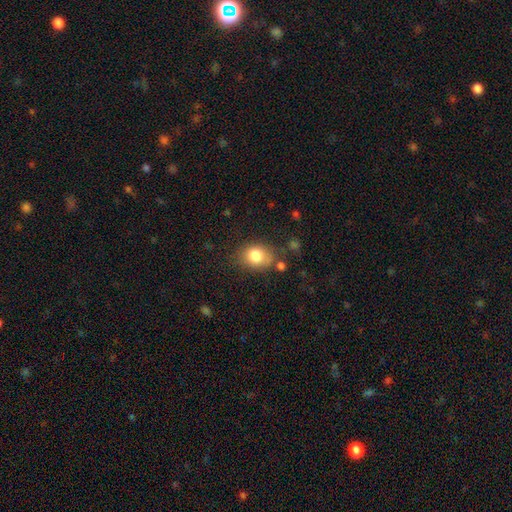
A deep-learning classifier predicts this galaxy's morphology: smooth_or_featured: smooth (p=0.82) [alt: star or artifact p=0.10]
how_rounded: in between (p=0.52) [alt: round p=0.47]
merging: none (p=0.72) [alt: minor disturbance p=0.18]